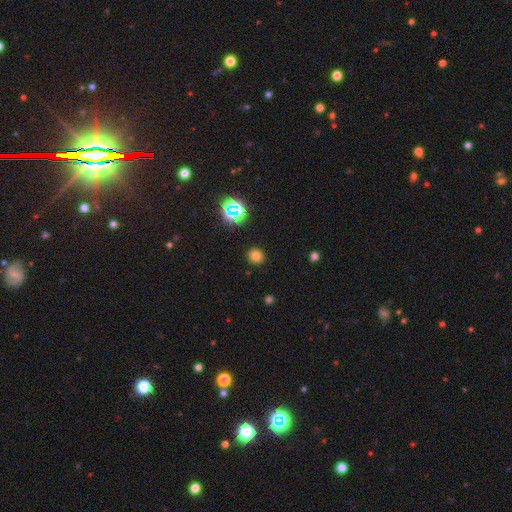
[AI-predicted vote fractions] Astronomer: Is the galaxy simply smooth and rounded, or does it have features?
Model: smooth — 74%.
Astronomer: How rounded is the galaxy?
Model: round — 85%.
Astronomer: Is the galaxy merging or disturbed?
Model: none — 90%.